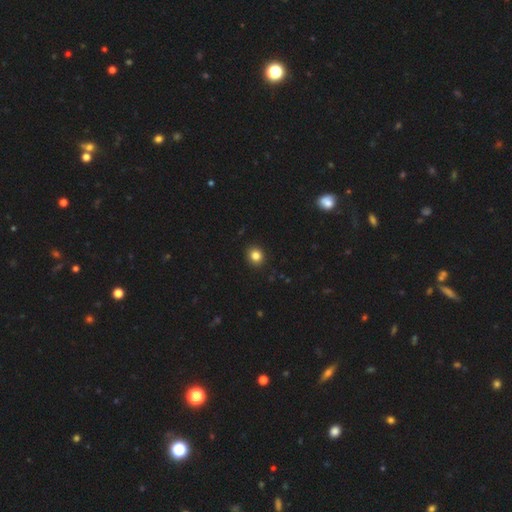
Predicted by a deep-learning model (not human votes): Smooth or featured: smooth — 84% (star or artifact — 11%)
How rounded: round — 84% (in between — 16%)
Merging: none — 92% (minor disturbance — 5%)